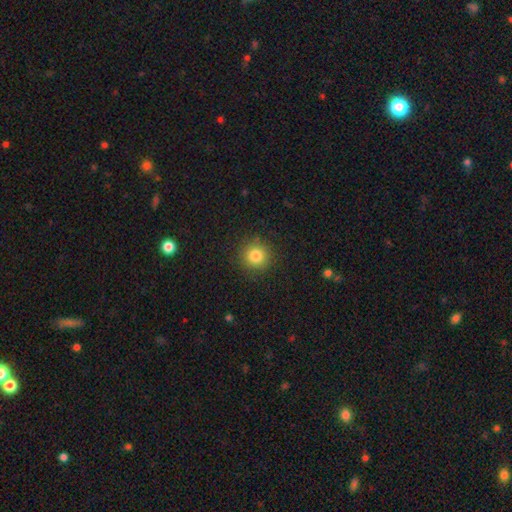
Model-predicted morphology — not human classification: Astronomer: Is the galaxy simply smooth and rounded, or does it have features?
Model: smooth — 82%.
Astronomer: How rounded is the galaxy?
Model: round — 93%.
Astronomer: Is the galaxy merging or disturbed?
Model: none — 89%.